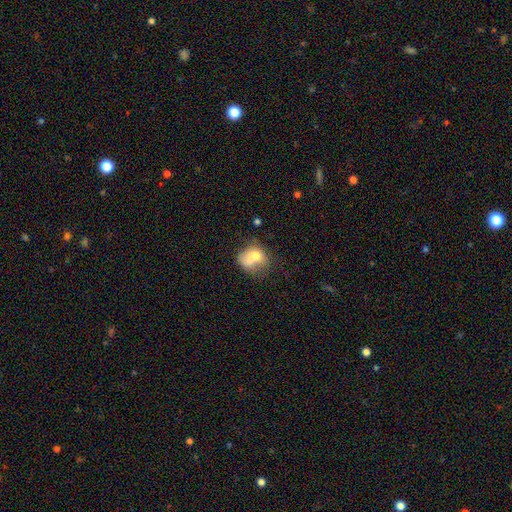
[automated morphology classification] The model was most divided on "merging": merger: 34%, none: 29%, minor disturbance: 20%, major disturbance: 17%. More confident: smooth or featured — smooth (62%); how rounded — in between (52%).